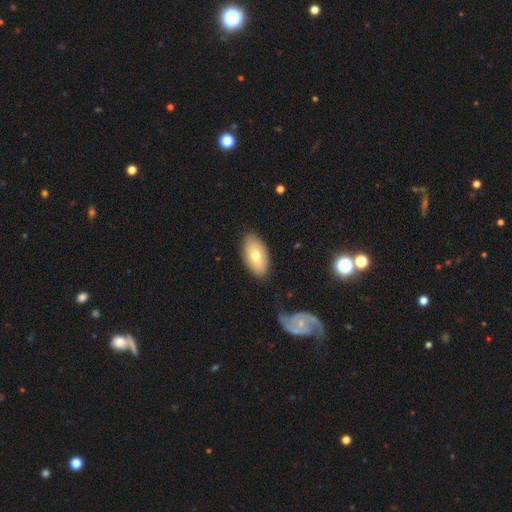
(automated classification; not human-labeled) The model was most divided on "smooth or featured": smooth: 67%, featured or disk: 27%, star or artifact: 7%. More confident: how rounded — in between (94%); merging — none (80%).